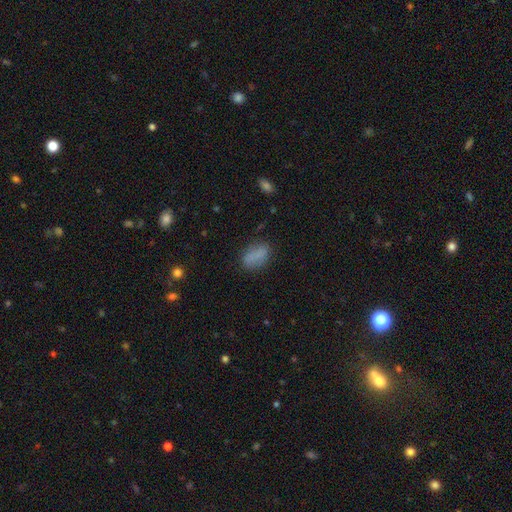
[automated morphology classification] smooth 78%, featured or disk 12%, star or artifact 10%. Down the decision tree: how rounded — in between (85%); merging — none (75%).